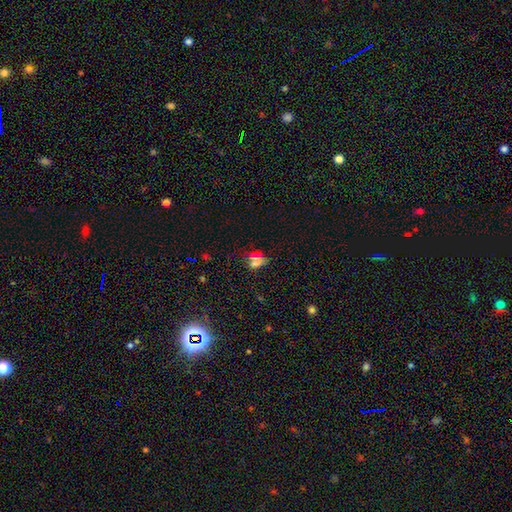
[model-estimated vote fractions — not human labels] Morphology: type=smooth (49%); merging=none (66%).